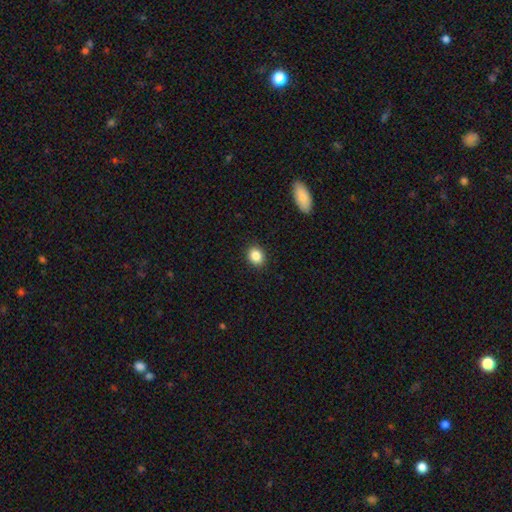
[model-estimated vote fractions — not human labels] Smooth or featured: smooth — 86% (star or artifact — 9%)
How rounded: round — 54% (in between — 45%)
Merging: none — 90% (minor disturbance — 7%)